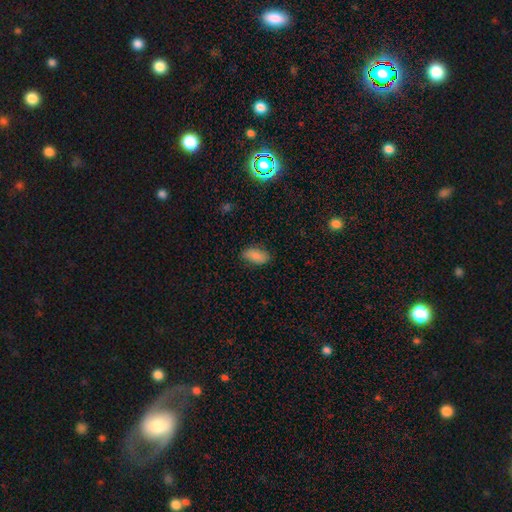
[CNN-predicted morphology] Smooth or featured? smooth (84%)
How rounded? in between (92%)
Merging? none (82%)